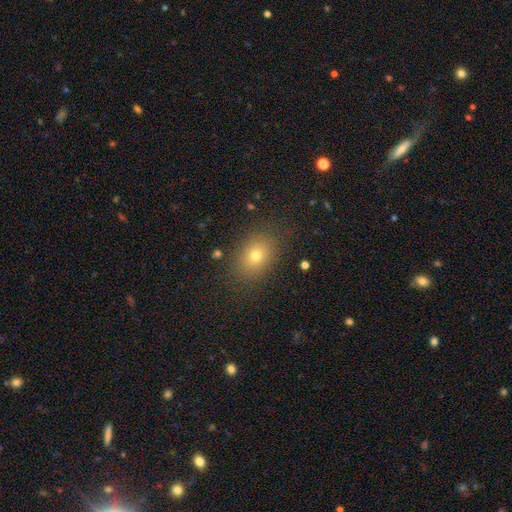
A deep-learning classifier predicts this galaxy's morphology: Q: Smooth or featured?
A: smooth (74%); runner-up: star or artifact (15%)
Q: How rounded?
A: in between (67%); runner-up: round (31%)
Q: Merging?
A: none (85%); runner-up: minor disturbance (10%)